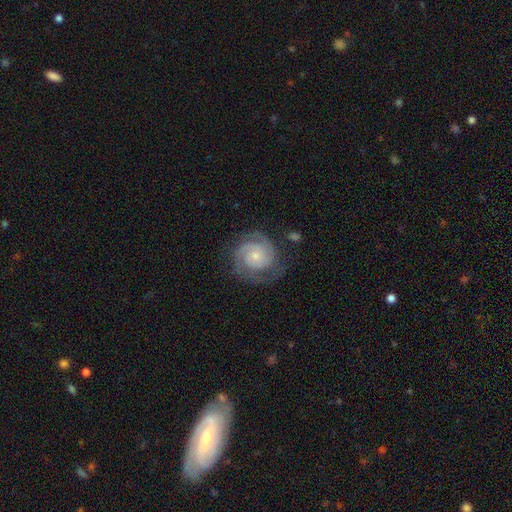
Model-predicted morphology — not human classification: smooth_or_featured: featured or disk (p=0.87) [alt: smooth p=0.08]
disk_edge_on: no (p=0.98) [alt: yes p=0.02]
bar: no (p=0.76) [alt: weak p=0.20]
has_spiral_arms: yes (p=0.98) [alt: no p=0.02]
spiral_winding: tight (p=0.71) [alt: medium p=0.25]
spiral_arm_count: 2 (p=0.61) [alt: 3 p=0.20]
bulge_size: small (p=0.69) [alt: moderate p=0.25]
merging: none (p=0.76) [alt: minor disturbance p=0.16]